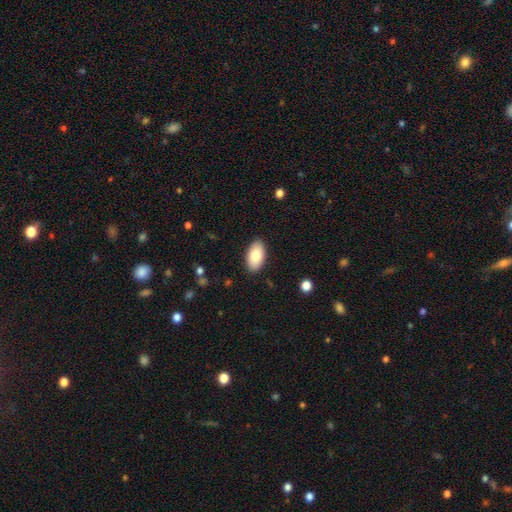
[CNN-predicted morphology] A smooth galaxy with no disk features (81%) that is in between round and cigar-shaped (95%).

Vote fractions:
- Smooth or featured? smooth: 81% / featured or disk: 13% / star or artifact: 6%
- How rounded? in between: 95% / round: 3% / cigar-shaped: 2%
- Merging? none: 88% / minor disturbance: 9% / major disturbance: 2% / merger: 1%